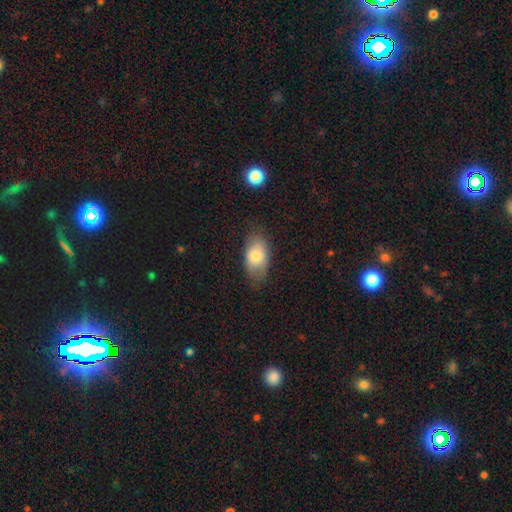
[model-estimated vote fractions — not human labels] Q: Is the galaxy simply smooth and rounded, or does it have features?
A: smooth — 76%.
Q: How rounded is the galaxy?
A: in between — 91%.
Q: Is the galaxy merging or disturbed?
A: none — 71%.